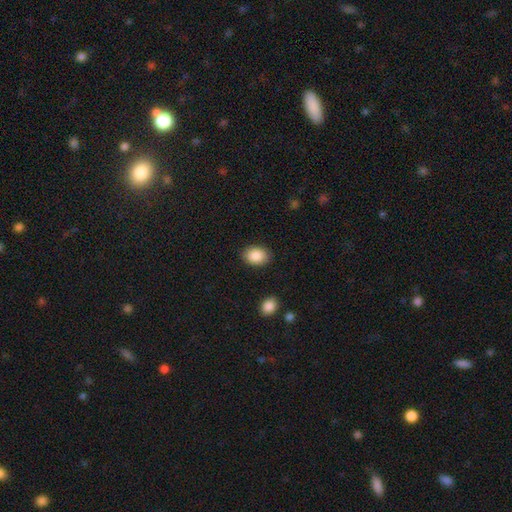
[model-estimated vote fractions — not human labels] Overall: smooth (89%). How rounded: in between (75%). Merging: none (87%).